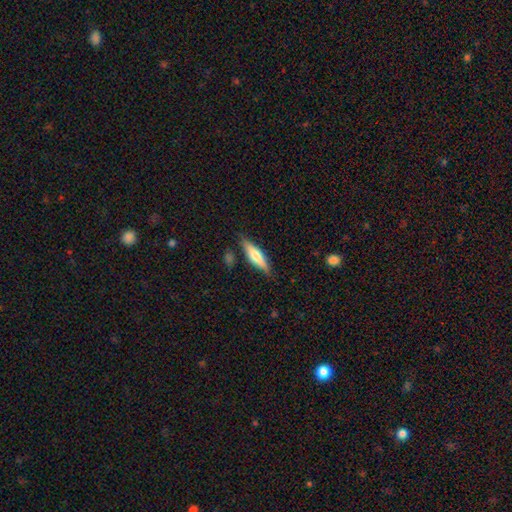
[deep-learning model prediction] The model was most divided on "smooth or featured": smooth: 54%, featured or disk: 40%, star or artifact: 6%. More confident: merging — none (81%); how rounded — cigar-shaped (66%).